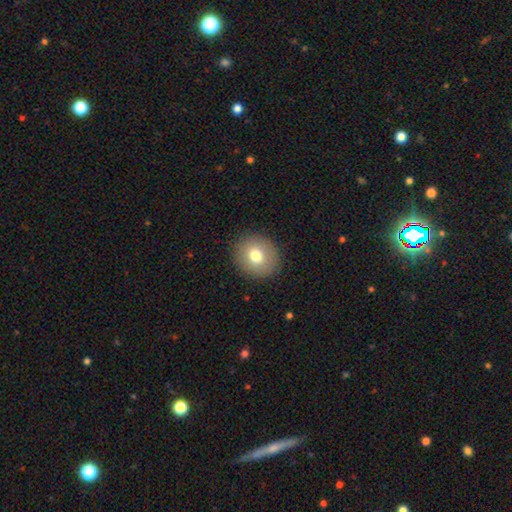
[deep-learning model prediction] Smooth or featured? Predicted: smooth (p=0.75). How rounded? Predicted: round (p=0.81). Merging? Predicted: none (p=0.90).